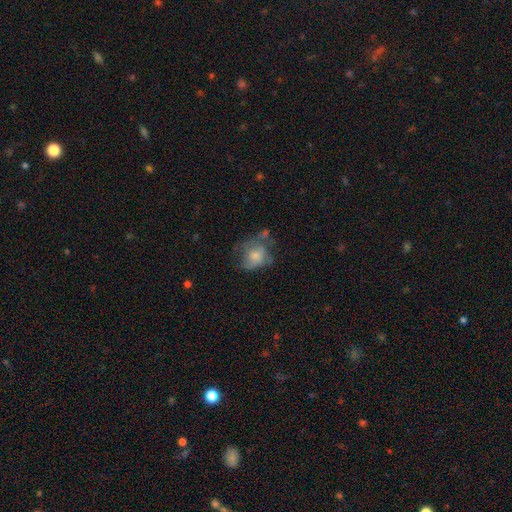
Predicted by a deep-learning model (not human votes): Q: Smooth or featured?
A: smooth (55%); runner-up: featured or disk (35%)
Q: How rounded?
A: in between (51%); runner-up: round (47%)
Q: Merging?
A: none (34%); runner-up: major disturbance (32%)